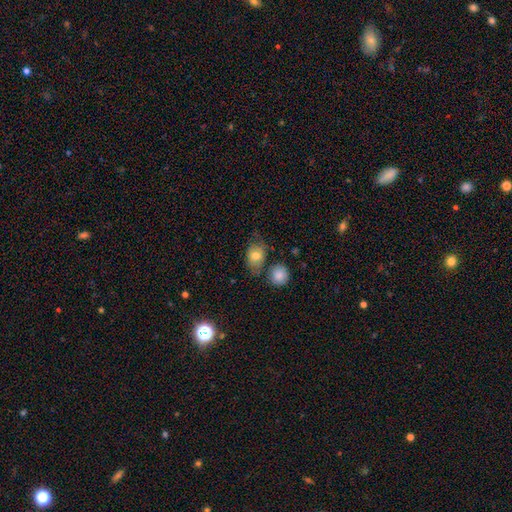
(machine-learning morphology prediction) A smooth galaxy with no disk features (77%) that is in between round and cigar-shaped (66%). Merging: none (61%).